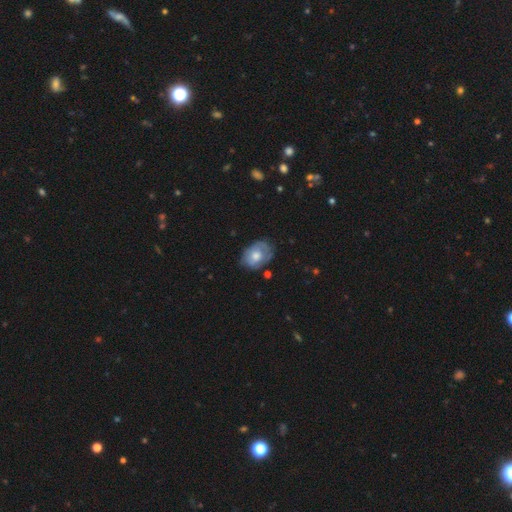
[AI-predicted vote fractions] Smooth or featured? smooth (50%)
How rounded? in between (74%)
Merging? none (65%)